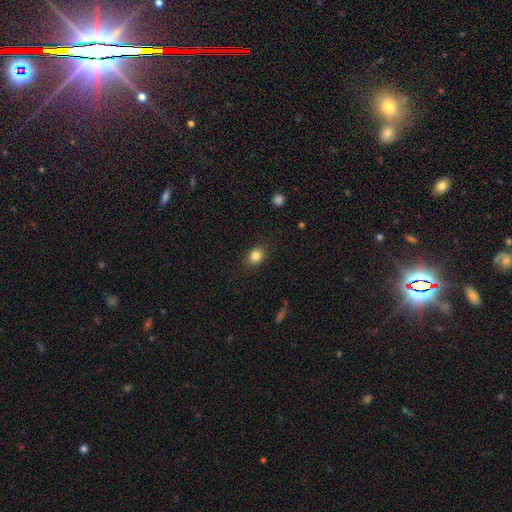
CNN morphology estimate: smooth 83%, star or artifact 11%, featured or disk 7%. Down the decision tree: how rounded — round (52%); merging — none (86%).